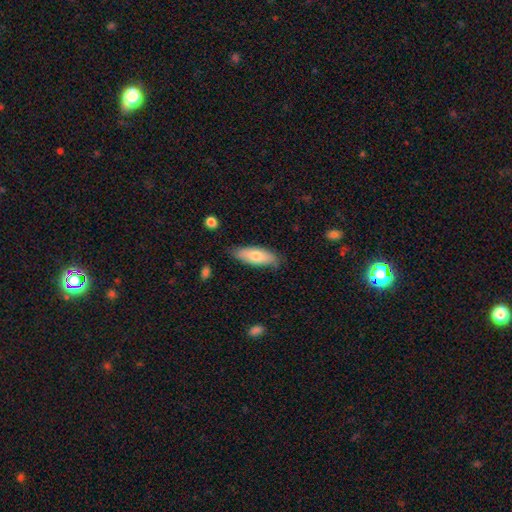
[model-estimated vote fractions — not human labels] This appears to be a smooth galaxy with no disk features (75%) that is in between round and cigar-shaped (68%). Merging: none (75%).